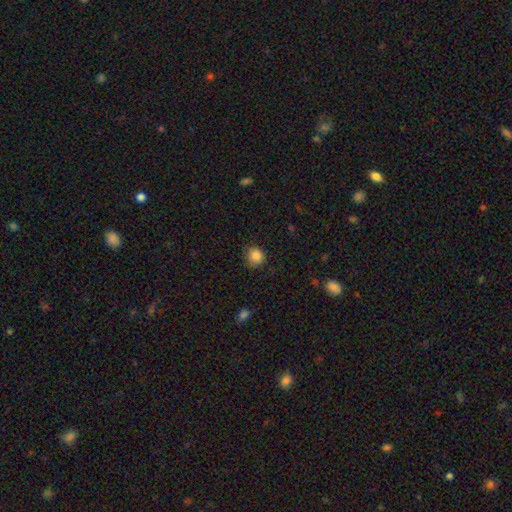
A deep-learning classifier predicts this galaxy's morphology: This appears to be a smooth galaxy with no disk features (85%) that is round (88%). Merging: none (81%).